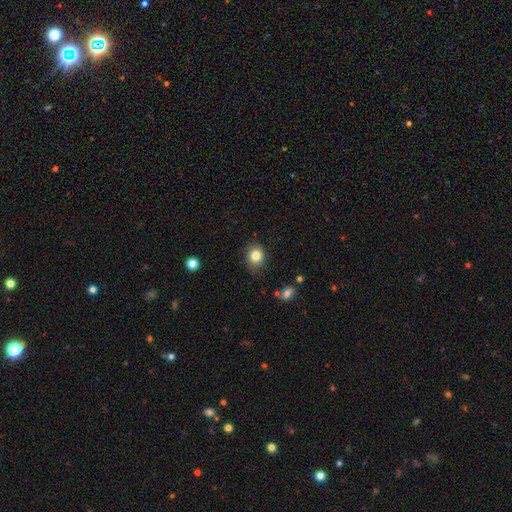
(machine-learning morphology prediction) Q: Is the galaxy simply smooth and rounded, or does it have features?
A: smooth — 83%.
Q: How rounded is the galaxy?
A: round — 61%.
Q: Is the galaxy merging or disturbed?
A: none — 81%.